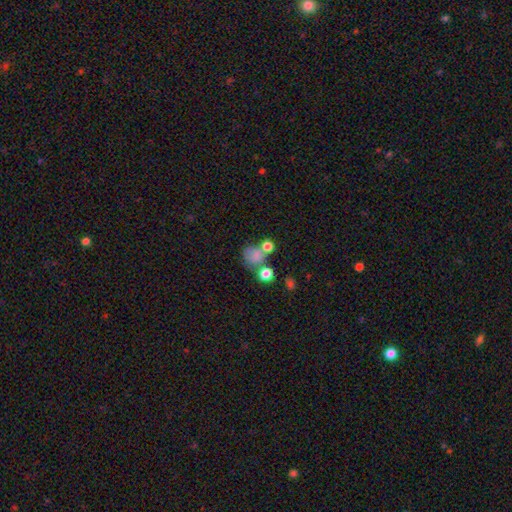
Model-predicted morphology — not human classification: smooth_or_featured: smooth (p=0.72) [alt: star or artifact p=0.15]
how_rounded: round (p=0.68) [alt: in between p=0.31]
merging: none (p=0.37) [alt: merger p=0.34]